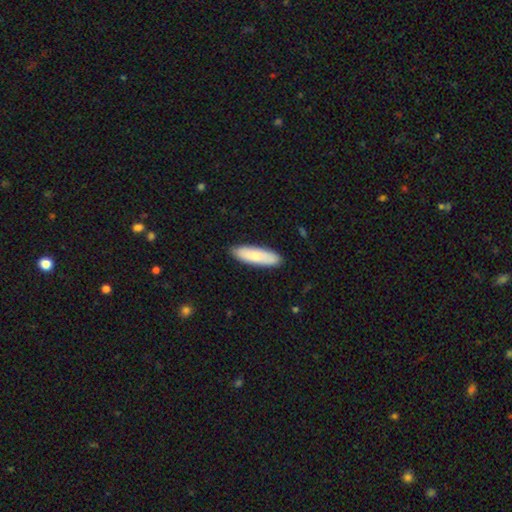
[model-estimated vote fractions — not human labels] Overall: smooth (79%). How rounded: cigar-shaped (54%; in between 44%). Merging: none (88%).